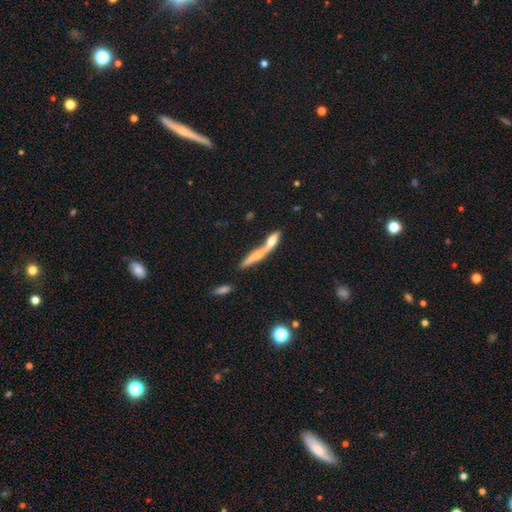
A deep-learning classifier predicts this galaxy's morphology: A smooth galaxy with no disk features (52%) that is cigar-shaped (77%).

Vote fractions:
- Smooth or featured? smooth: 52% / featured or disk: 40% / star or artifact: 9%
- How rounded? cigar-shaped: 77% / in between: 20% / round: 3%
- Merging? merger: 63% / none: 23% / minor disturbance: 8% / major disturbance: 6%